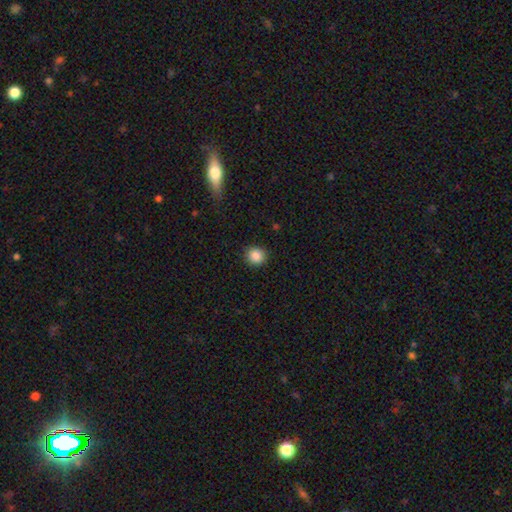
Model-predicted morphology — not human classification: smooth_or_featured: smooth (p=0.86) [alt: star or artifact p=0.10]
how_rounded: round (p=0.89) [alt: in between p=0.10]
merging: none (p=0.90) [alt: minor disturbance p=0.07]